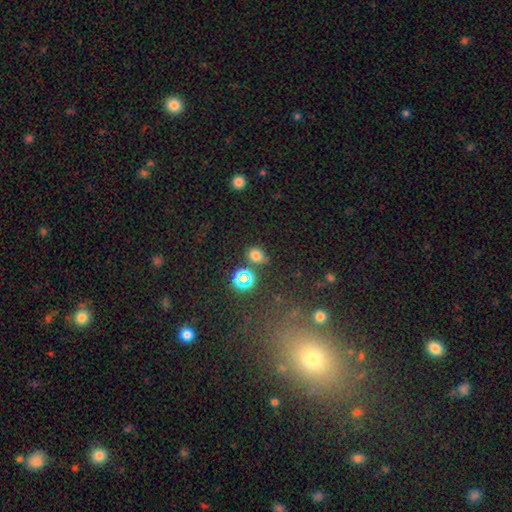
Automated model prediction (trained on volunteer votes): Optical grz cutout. It shows a smooth galaxy with no disk features (71%) that is round (54%). Merging: none (73%).